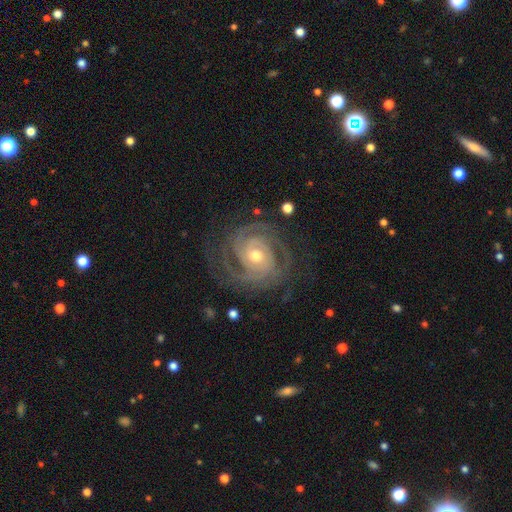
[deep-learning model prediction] This is clearly a featured or disk galaxy (91%). It is clearly not viewed edge-on (98%). Bar: likely no (67%). Spiral arm pattern: clearly yes (98%). Spiral arm count: marginally 3 (31%). Spiral winding: likely tight (72%). Central bulge: possibly moderate (59%). Merging: likely none (75%).